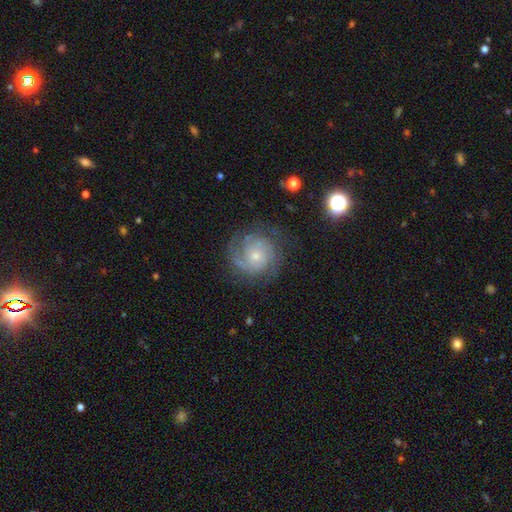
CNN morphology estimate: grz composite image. It shows a featured or disk galaxy (77%) with no bar (78%), 2 (32%) tight (61%) spiral arms (92%) and a small central bulge (60%). Merging: none (72%).